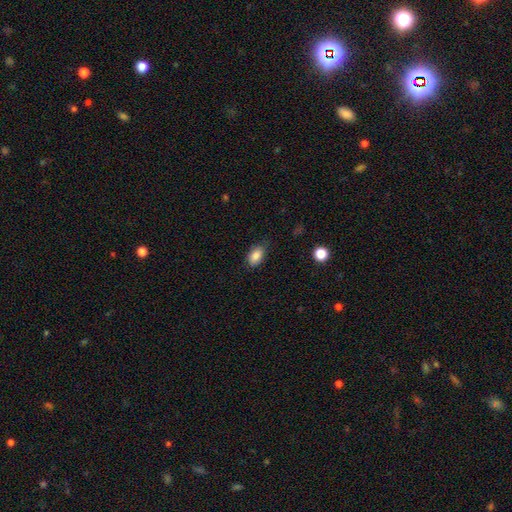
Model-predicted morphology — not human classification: Smooth or featured: smooth — 86% (star or artifact — 8%)
How rounded: in between — 89% (round — 9%)
Merging: none — 76% (minor disturbance — 19%)